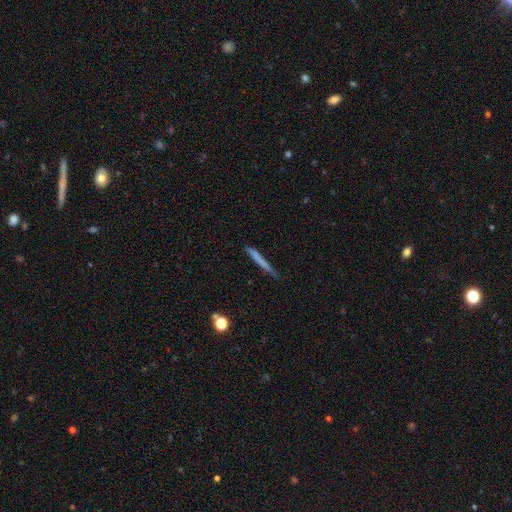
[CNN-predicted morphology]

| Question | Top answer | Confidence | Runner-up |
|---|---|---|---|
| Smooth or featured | smooth | 61% | featured or disk (31%) |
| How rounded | cigar-shaped | 96% | in between (2%) |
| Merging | none | 82% | minor disturbance (13%) |